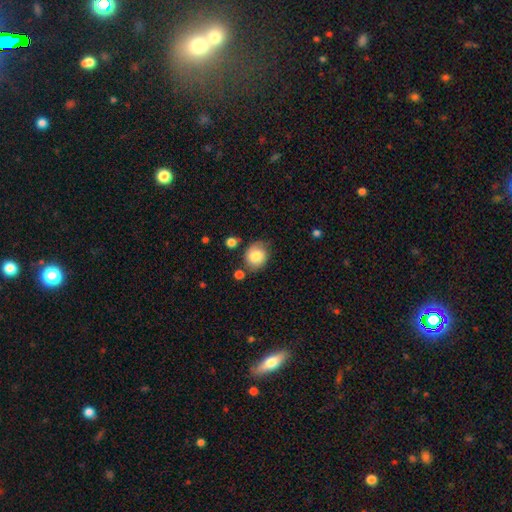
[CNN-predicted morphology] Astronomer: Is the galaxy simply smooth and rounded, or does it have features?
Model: smooth — 79%.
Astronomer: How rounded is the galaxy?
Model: round — 68%.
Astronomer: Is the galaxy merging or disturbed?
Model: none — 70%.